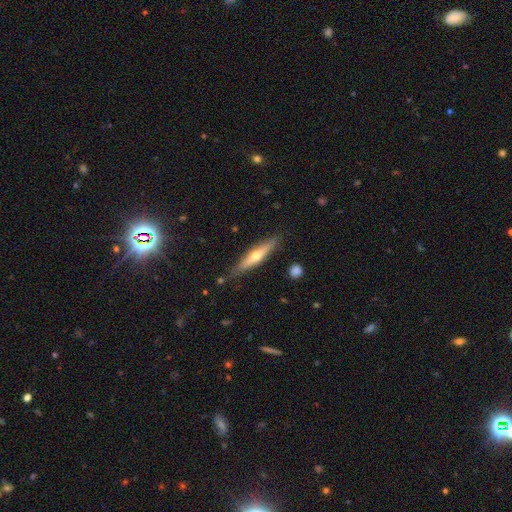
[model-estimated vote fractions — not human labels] Morphology: type=featured or disk (54%); edge-on=yes (92%); merging=none (85%).